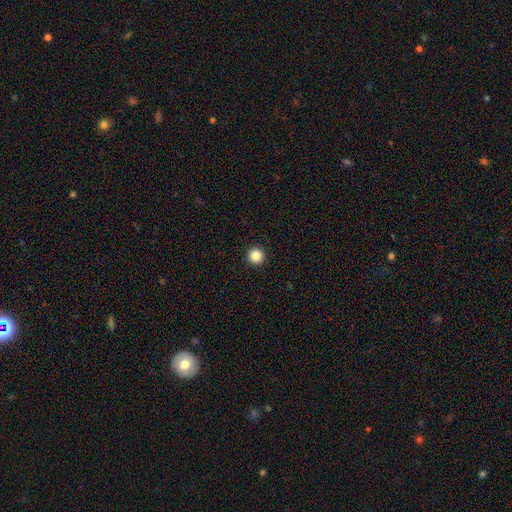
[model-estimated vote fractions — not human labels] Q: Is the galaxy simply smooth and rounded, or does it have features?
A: smooth — 86%.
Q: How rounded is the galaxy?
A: round — 97%.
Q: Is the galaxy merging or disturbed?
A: none — 94%.